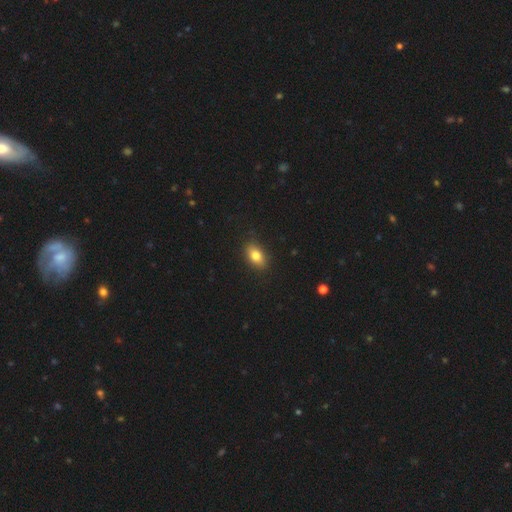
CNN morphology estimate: This appears to be a smooth galaxy with no disk features (81%) that is in between round and cigar-shaped (86%). Merging: none (86%).